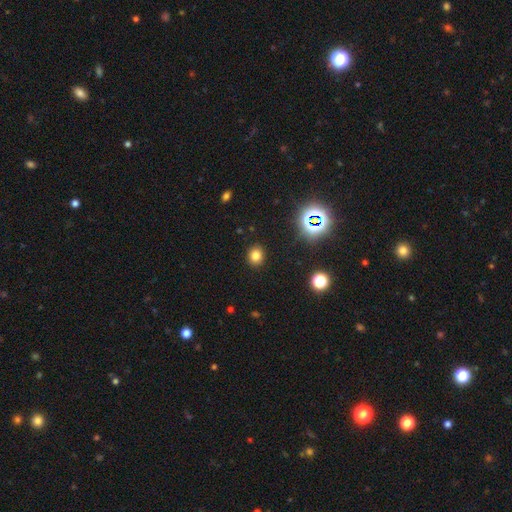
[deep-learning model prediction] Q: Smooth or featured?
A: smooth (77%); runner-up: star or artifact (17%)
Q: How rounded?
A: round (70%); runner-up: in between (30%)
Q: Merging?
A: none (90%); runner-up: minor disturbance (7%)